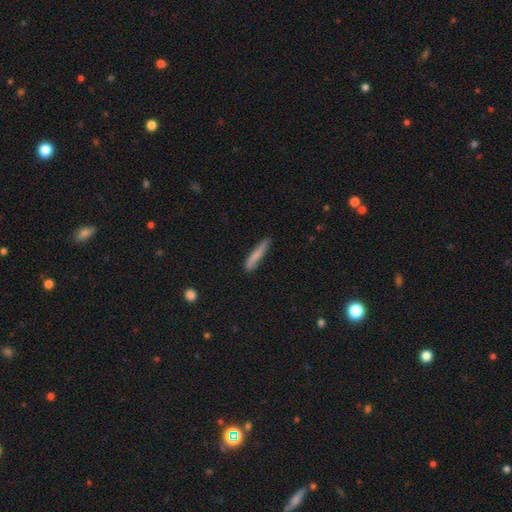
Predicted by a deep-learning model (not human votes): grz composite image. It shows a smooth galaxy with no disk features (77%) that is cigar-shaped (91%). Merging: none (78%).